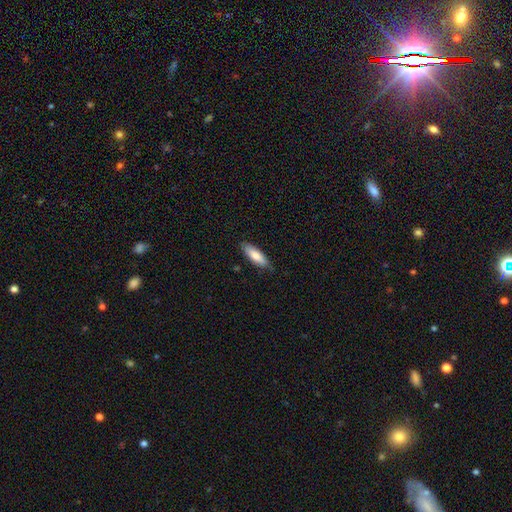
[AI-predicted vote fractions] smooth-or-featured: smooth: 80% | featured or disk: 15% | star or artifact: 5%
  how-rounded: in between: 55% | cigar-shaped: 43% | round: 2%
  merging: none: 81% | minor disturbance: 16% | major disturbance: 2% | merger: 1%